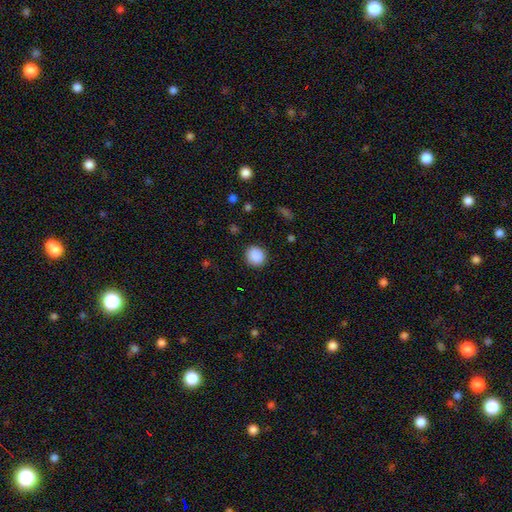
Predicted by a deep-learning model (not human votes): The model was most divided on "how rounded": round: 87%, in between: 12%, cigar-shaped: 1%. More confident: merging — none (90%); smooth or featured — smooth (89%).